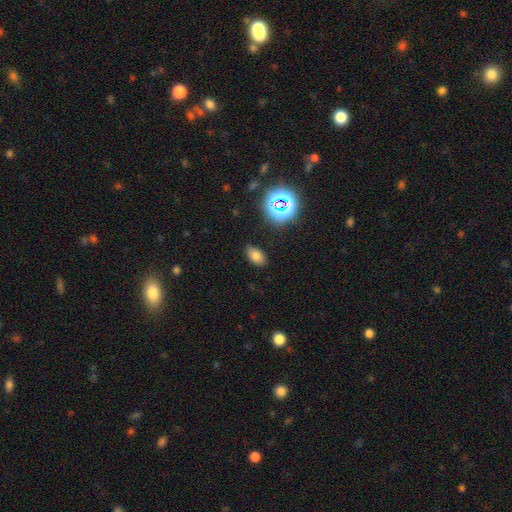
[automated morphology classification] Q: Smooth or featured?
A: smooth (71%); runner-up: star or artifact (19%)
Q: How rounded?
A: in between (89%); runner-up: round (9%)
Q: Merging?
A: none (84%); runner-up: minor disturbance (12%)